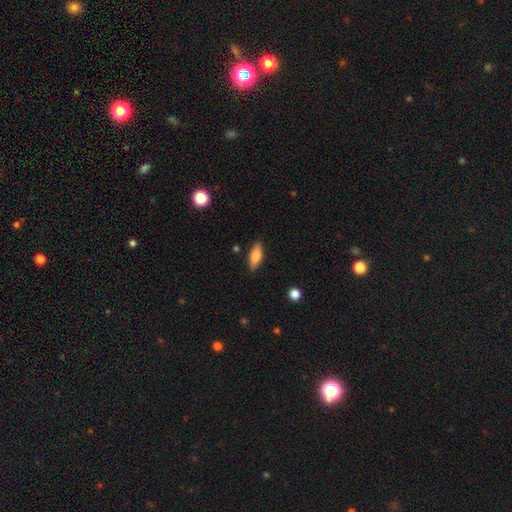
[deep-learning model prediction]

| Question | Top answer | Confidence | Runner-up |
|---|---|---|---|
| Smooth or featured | smooth | 68% | featured or disk (25%) |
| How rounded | in between | 62% | cigar-shaped (35%) |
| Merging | none | 86% | minor disturbance (10%) |